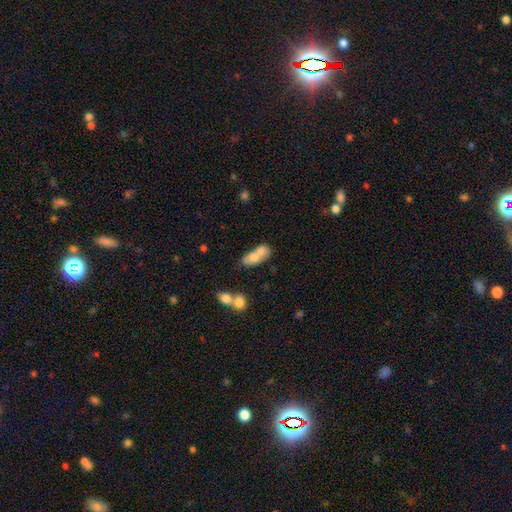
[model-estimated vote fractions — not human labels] Q: Smooth or featured?
A: smooth (69%); runner-up: featured or disk (23%)
Q: How rounded?
A: in between (79%); runner-up: round (12%)
Q: Merging?
A: merger (60%); runner-up: none (23%)